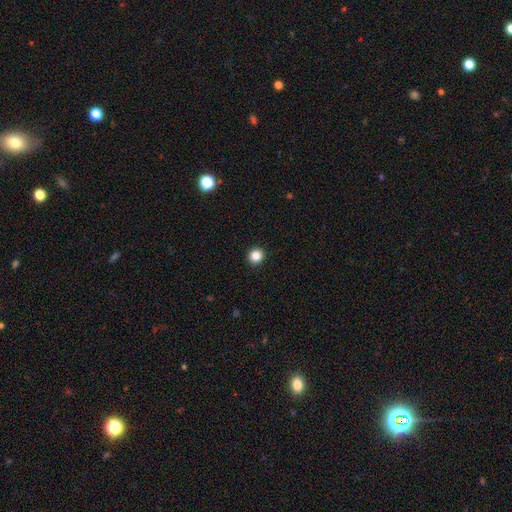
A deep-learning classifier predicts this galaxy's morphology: Q: Smooth or featured?
A: smooth (85%); runner-up: star or artifact (11%)
Q: How rounded?
A: round (91%); runner-up: in between (8%)
Q: Merging?
A: none (93%); runner-up: minor disturbance (4%)